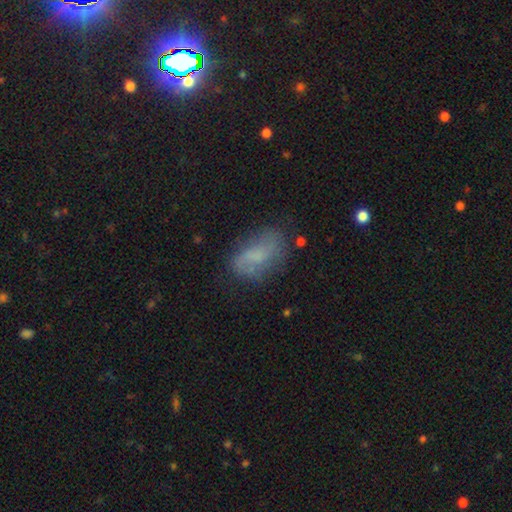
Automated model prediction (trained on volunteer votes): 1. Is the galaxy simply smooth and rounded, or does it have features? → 54% smooth, 34% featured or disk, 12% star or artifact.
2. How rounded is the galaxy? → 89% in between, 6% round, 5% cigar-shaped.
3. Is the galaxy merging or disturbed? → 58% none, 26% minor disturbance, 12% major disturbance, 3% merger.